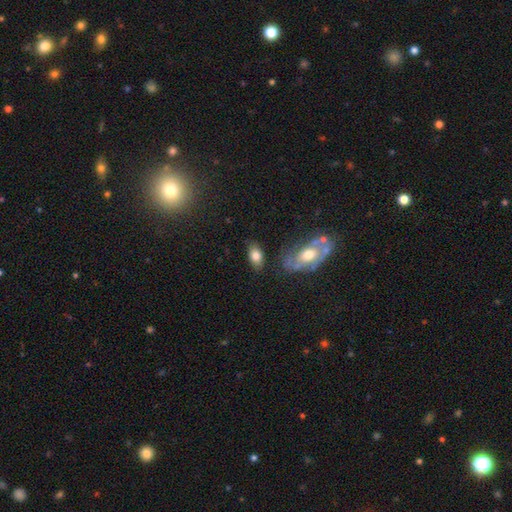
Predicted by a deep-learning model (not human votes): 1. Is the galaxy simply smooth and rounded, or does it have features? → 77% smooth, 16% featured or disk, 8% star or artifact.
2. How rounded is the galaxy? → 90% in between, 8% round, 3% cigar-shaped.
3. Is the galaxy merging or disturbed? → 73% none, 16% minor disturbance, 6% merger, 5% major disturbance.